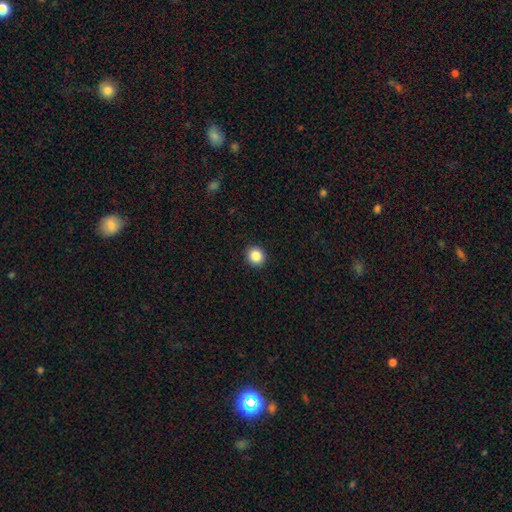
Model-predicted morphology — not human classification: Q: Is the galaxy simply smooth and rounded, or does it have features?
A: smooth — 87%.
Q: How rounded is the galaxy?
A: round — 92%.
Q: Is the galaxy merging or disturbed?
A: none — 92%.